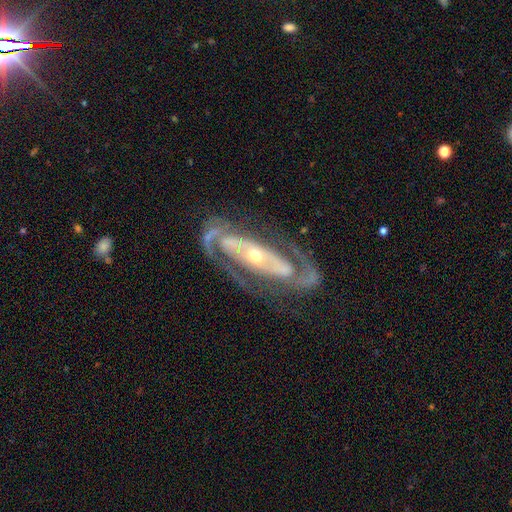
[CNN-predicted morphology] Smooth or featured: featured or disk — 90% (smooth — 6%)
Edge-on disk: no — 92% (yes — 8%)
Bar: no — 51% (strong — 25%)
Spiral arms: yes — 92% (no — 8%)
Spiral winding: medium — 44% (tight — 39%)
Spiral arm count: 2 — 83% (can't tell — 6%)
Bulge size: moderate — 58% (small — 35%)
Merging: none — 68% (minor disturbance — 16%)